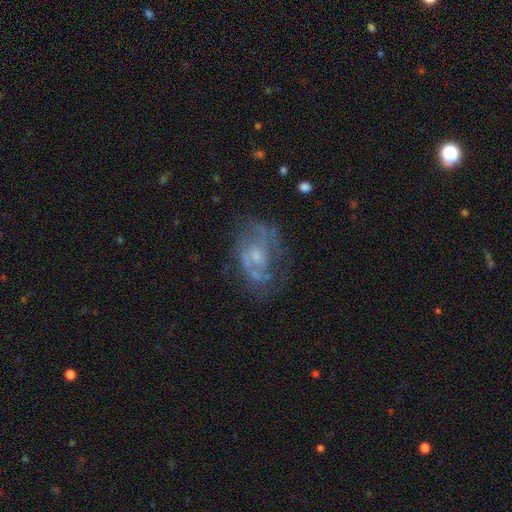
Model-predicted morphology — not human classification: This is likely a featured or disk galaxy (76%). It is clearly not viewed edge-on (97%). Bar: likely no (63%). Spiral arm pattern: likely yes (78%). Spiral arm count: possibly 2 (59%). Spiral winding: possibly medium (48%). Central bulge: possibly small (51%). Merging: possibly none (58%).